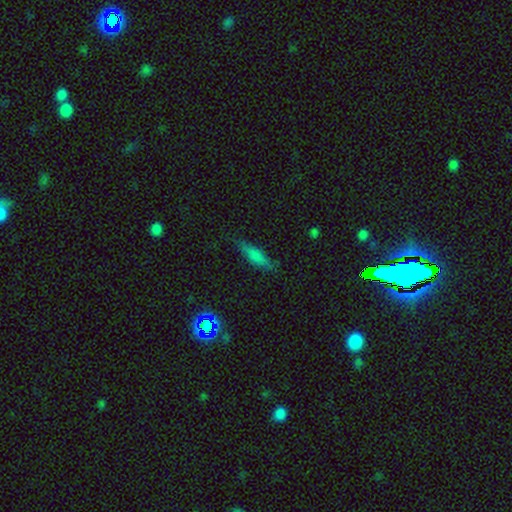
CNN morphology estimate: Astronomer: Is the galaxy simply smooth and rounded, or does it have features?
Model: smooth — 73%.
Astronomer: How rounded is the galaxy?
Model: cigar-shaped — 59% (runner-up: in between, 39%).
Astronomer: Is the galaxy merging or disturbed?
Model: none — 75%.